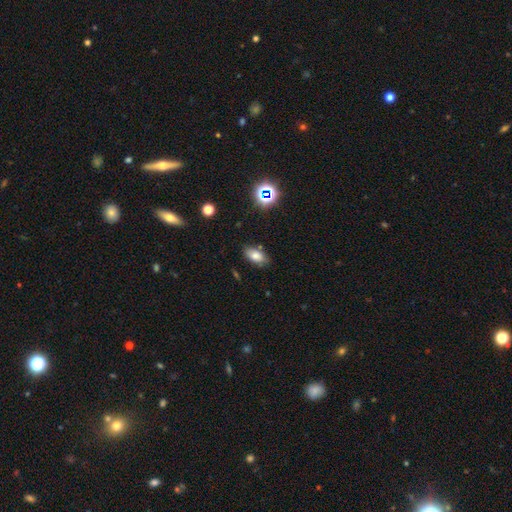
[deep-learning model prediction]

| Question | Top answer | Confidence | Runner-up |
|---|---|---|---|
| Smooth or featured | smooth | 77% | star or artifact (13%) |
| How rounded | in between | 91% | round (6%) |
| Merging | none | 82% | minor disturbance (13%) |